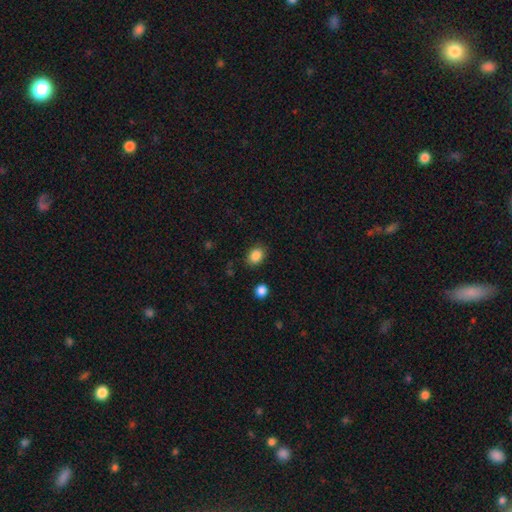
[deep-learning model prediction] Smooth or featured?
  - smooth: 86% *
  - star or artifact: 9%
  - featured or disk: 5%
How rounded?
  - in between: 68% *
  - round: 31%
  - cigar-shaped: 1%
Merging?
  - none: 85% *
  - minor disturbance: 10%
  - major disturbance: 3%
  - merger: 2%